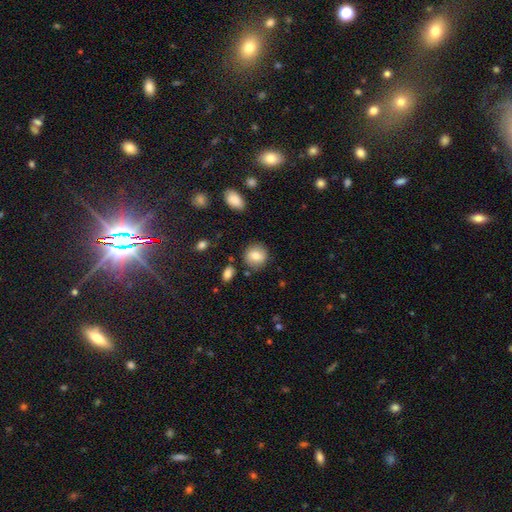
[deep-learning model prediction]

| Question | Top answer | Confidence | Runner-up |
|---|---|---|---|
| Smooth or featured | smooth | 80% | featured or disk (12%) |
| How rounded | round | 84% | in between (15%) |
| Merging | none | 85% | minor disturbance (9%) |